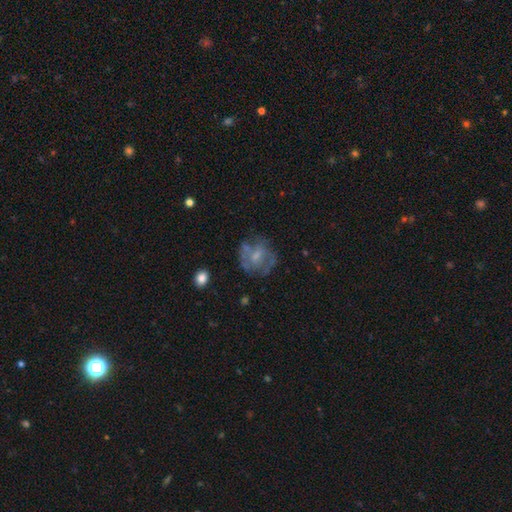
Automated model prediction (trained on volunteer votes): Smooth or featured: featured or disk — 62% (smooth — 29%)
Edge-on disk: no — 97% (yes — 3%)
Bar: no — 59% (weak — 34%)
Spiral arms: yes — 53% (no — 47%)
Bulge size: small — 42% (moderate — 33%)
Merging: none — 58% (minor disturbance — 21%)